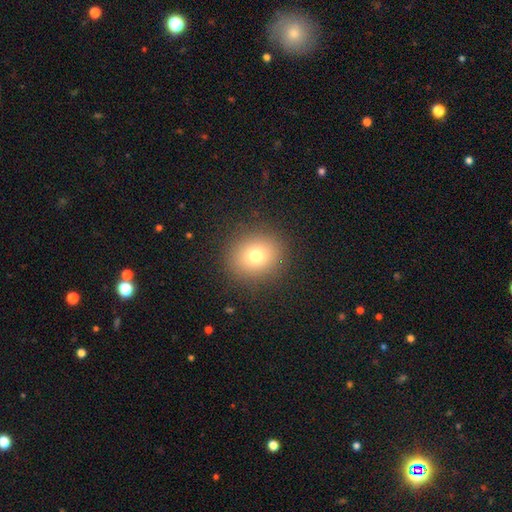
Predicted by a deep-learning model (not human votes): Smooth or featured: smooth — 76% (star or artifact — 14%)
How rounded: round — 82% (in between — 17%)
Merging: none — 90% (minor disturbance — 6%)